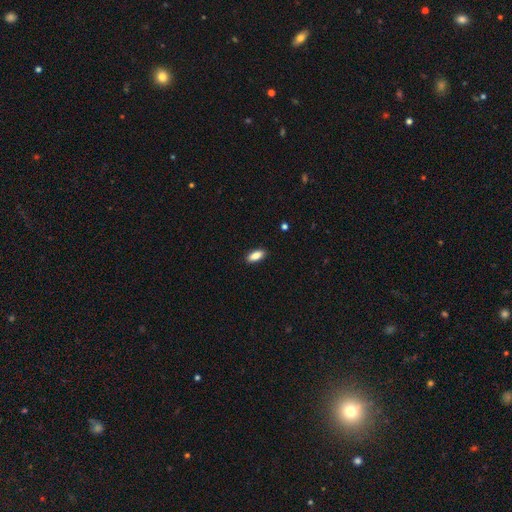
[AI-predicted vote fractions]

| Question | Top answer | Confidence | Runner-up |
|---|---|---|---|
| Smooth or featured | smooth | 88% | star or artifact (7%) |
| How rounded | in between | 84% | cigar-shaped (14%) |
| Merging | none | 89% | minor disturbance (8%) |